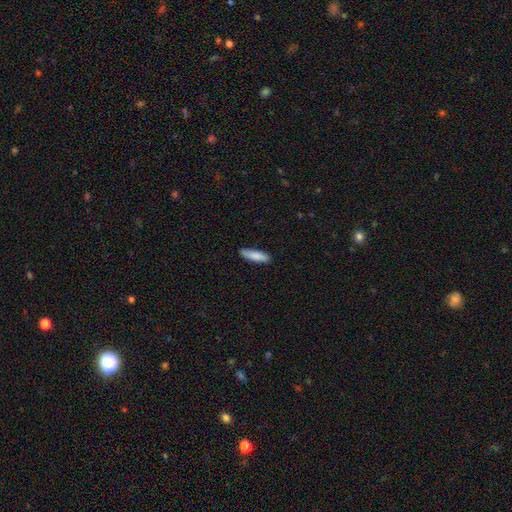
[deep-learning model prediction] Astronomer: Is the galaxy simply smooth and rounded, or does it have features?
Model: smooth — 85%.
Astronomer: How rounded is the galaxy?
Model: cigar-shaped — 62%.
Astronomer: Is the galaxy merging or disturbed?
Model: none — 85%.